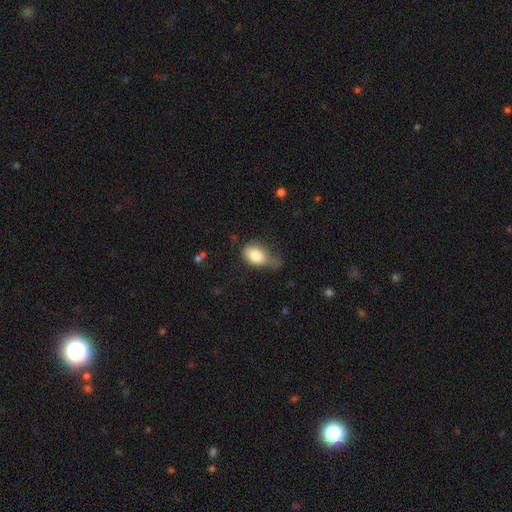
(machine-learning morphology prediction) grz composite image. It shows a smooth galaxy with no disk features (80%) that is in between round and cigar-shaped (83%). Merging: minor disturbance (40%).